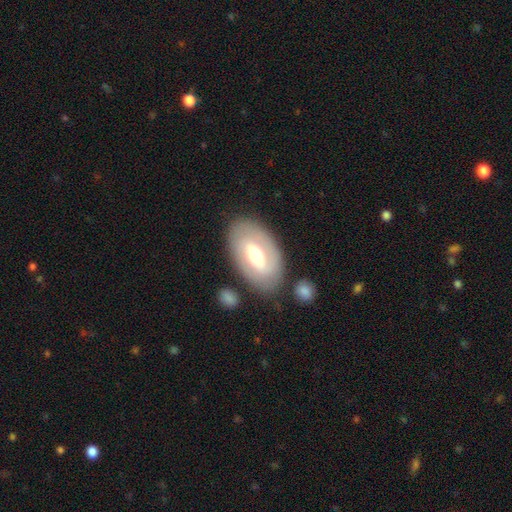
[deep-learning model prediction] featured or disk 59%, smooth 35%, star or artifact 5%. Down the decision tree: edge-on disk — no (91%); bar — weak (44%); spiral arms — no (54%); bulge size — moderate (71%); merging — none (79%).